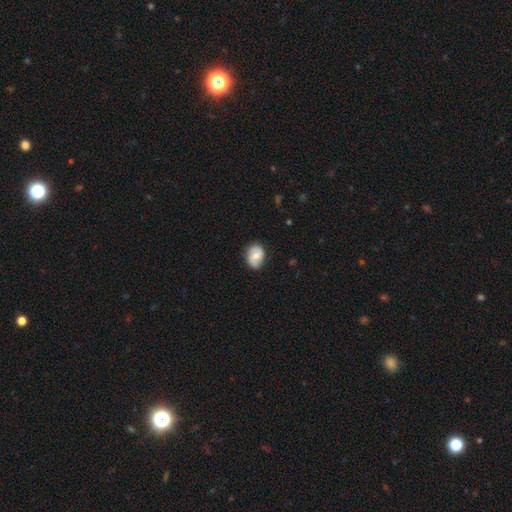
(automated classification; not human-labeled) This is possibly a featured or disk galaxy (50%). It is clearly not viewed edge-on (97%). Merging: likely none (78%).